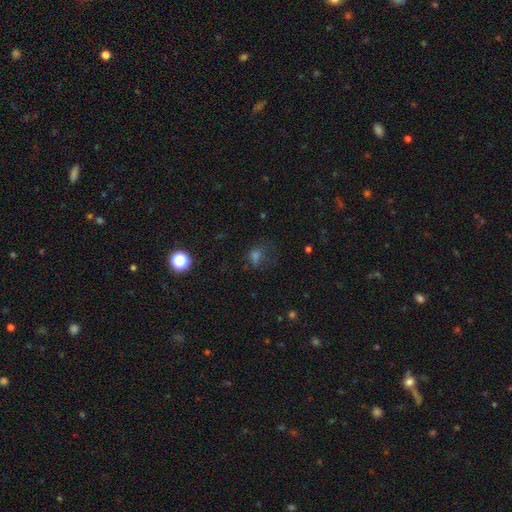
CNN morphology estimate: smooth_or_featured: smooth (p=0.57) [alt: star or artifact p=0.30]
how_rounded: round (p=0.56) [alt: in between p=0.43]
merging: none (p=0.55) [alt: minor disturbance p=0.22]